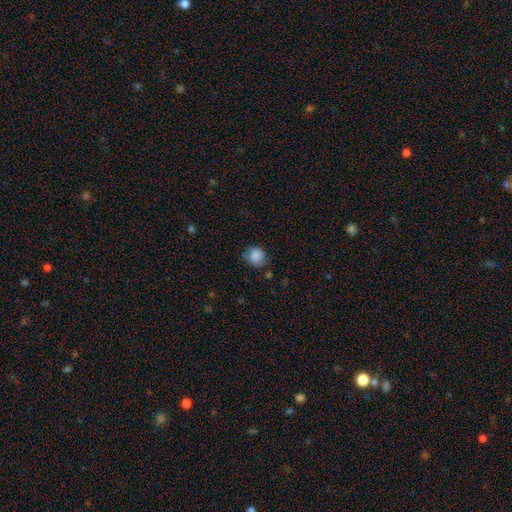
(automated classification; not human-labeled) This appears to be a smooth galaxy with no disk features (84%) that is round (77%). Merging: none (64%).